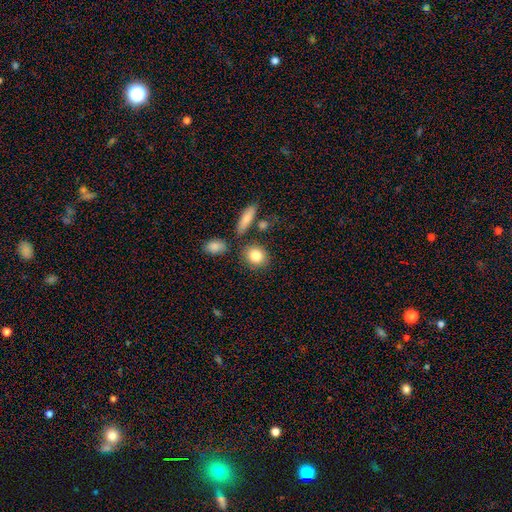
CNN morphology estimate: Smooth or featured? Predicted: smooth (p=0.84). How rounded? Predicted: round (p=0.65). Merging? Predicted: none (p=0.75).